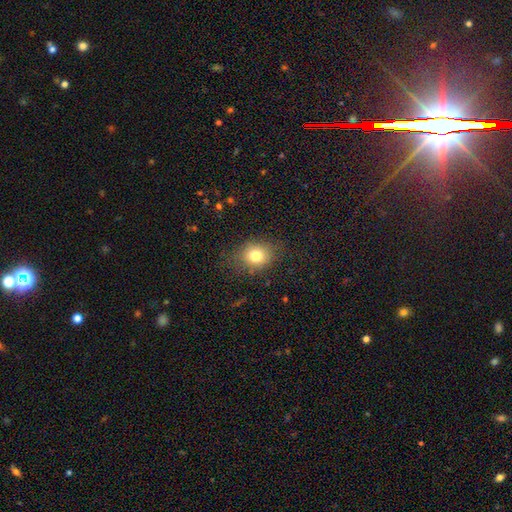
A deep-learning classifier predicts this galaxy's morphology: Smooth or featured?
  - smooth: 77% *
  - star or artifact: 13%
  - featured or disk: 11%
How rounded?
  - round: 57% *
  - in between: 42%
  - cigar-shaped: 1%
Merging?
  - none: 79% *
  - minor disturbance: 15%
  - major disturbance: 6%
  - merger: 1%